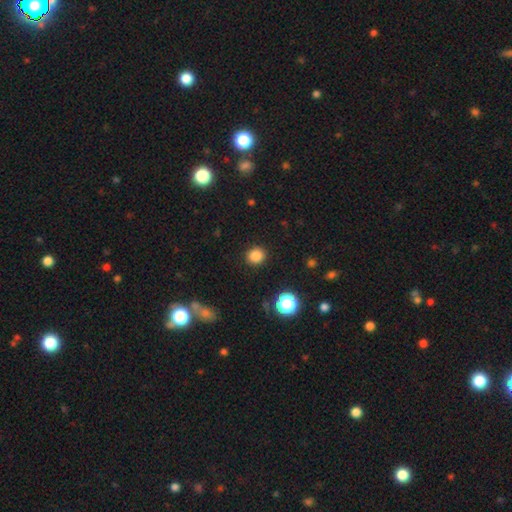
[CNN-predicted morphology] Q: Smooth or featured?
A: smooth (84%); runner-up: star or artifact (12%)
Q: How rounded?
A: round (85%); runner-up: in between (14%)
Q: Merging?
A: none (90%); runner-up: minor disturbance (6%)